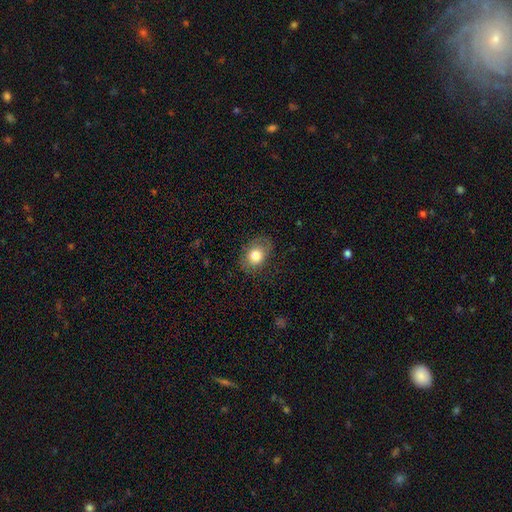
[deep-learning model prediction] Smooth or featured: smooth — 78% (featured or disk — 14%)
How rounded: in between — 63% (round — 36%)
Merging: none — 76% (minor disturbance — 18%)